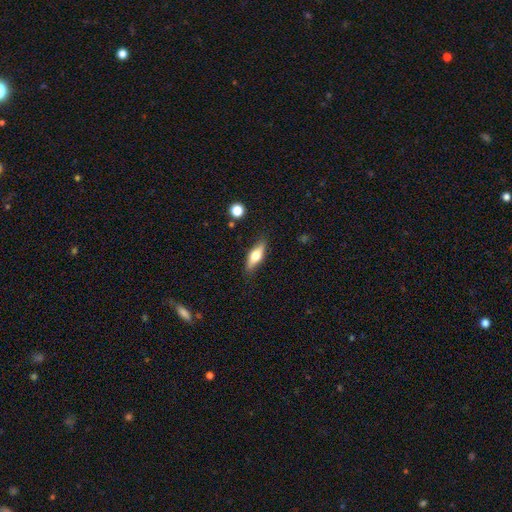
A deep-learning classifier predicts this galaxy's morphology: Smooth or featured: smooth — 54% (featured or disk — 39%)
How rounded: in between — 51% (cigar-shaped — 45%)
Merging: none — 83% (minor disturbance — 13%)